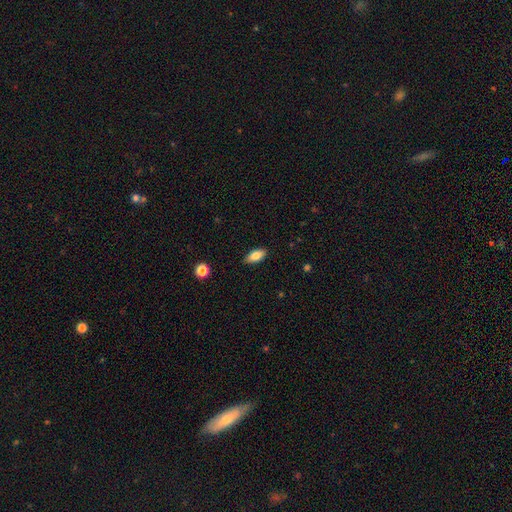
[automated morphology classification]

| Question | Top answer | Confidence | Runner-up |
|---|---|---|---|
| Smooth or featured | smooth | 80% | featured or disk (13%) |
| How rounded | in between | 88% | cigar-shaped (9%) |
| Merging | none | 88% | minor disturbance (9%) |